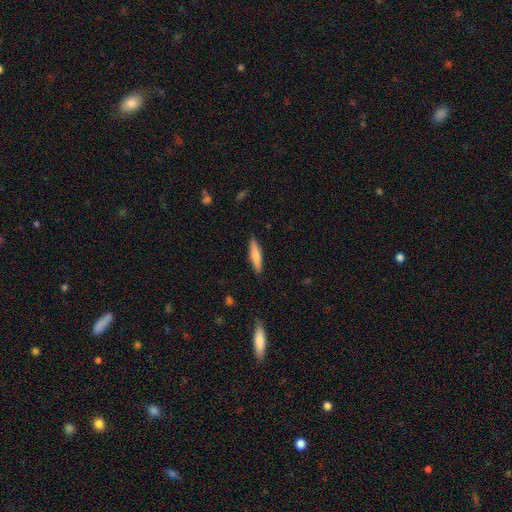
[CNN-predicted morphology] Overall: smooth (75%). How rounded: cigar-shaped (83%). Merging: none (89%).